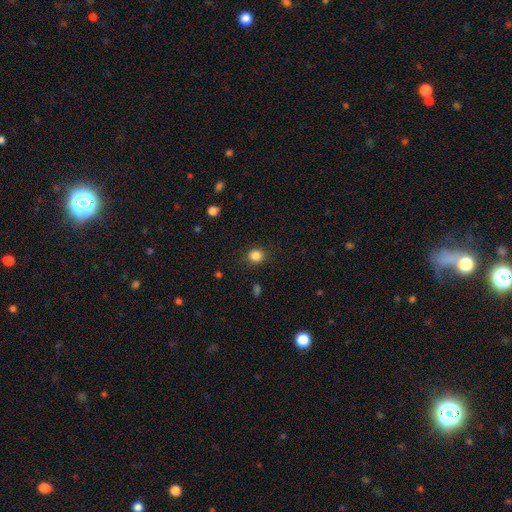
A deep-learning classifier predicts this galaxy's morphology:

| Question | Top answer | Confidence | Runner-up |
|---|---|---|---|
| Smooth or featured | smooth | 85% | star or artifact (11%) |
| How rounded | round | 83% | in between (16%) |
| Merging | none | 87% | minor disturbance (9%) |